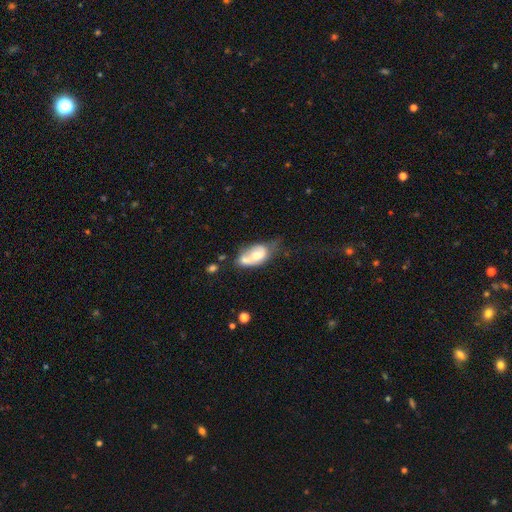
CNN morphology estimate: Smooth or featured? Predicted: smooth (p=0.54). How rounded? Predicted: in between (p=0.89). Merging? Predicted: merger (p=0.36).